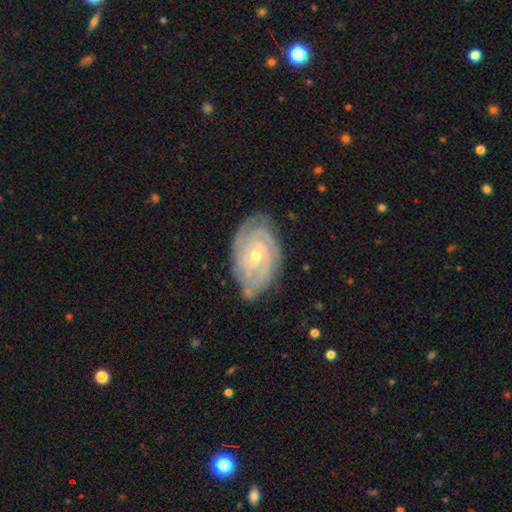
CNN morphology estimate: A featured or disk galaxy (89%) with no bar (51%), 3 (32%) tight (78%) spiral arms (98%) and a small central bulge (59%).

Vote fractions:
- Smooth or featured? featured or disk: 89% / smooth: 6% / star or artifact: 5%
- Edge-on disk? no: 96% / yes: 4%
- Bar? no: 51% / weak: 38% / strong: 11%
- Spiral arms? yes: 98% / no: 2%
- Spiral winding? tight: 78% / medium: 19% / loose: 3%
- Spiral arm count? 3: 32% / 4: 20% / 2: 20% / can't tell: 18% / more than 4: 6% / 1: 5%
- Bulge size? small: 59% / moderate: 39% / large: 1% / none: 1% / dominant: 1%
- Merging? none: 77% / minor disturbance: 18% / major disturbance: 4% / merger: 2%